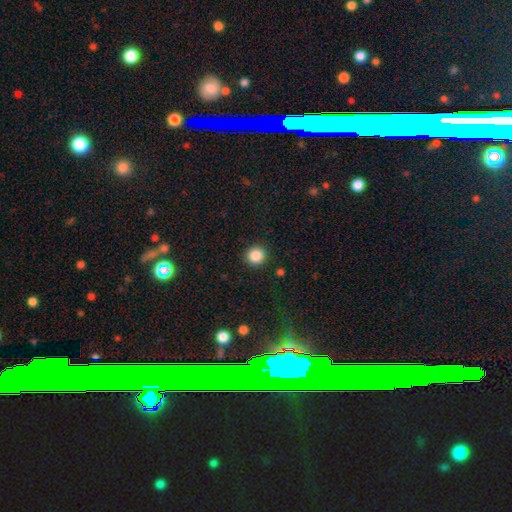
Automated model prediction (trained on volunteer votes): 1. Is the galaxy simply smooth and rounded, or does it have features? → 86% smooth, 10% star or artifact, 4% featured or disk.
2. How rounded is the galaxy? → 92% round, 7% in between, 1% cigar-shaped.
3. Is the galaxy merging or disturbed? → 92% none, 5% minor disturbance, 2% major disturbance, 1% merger.